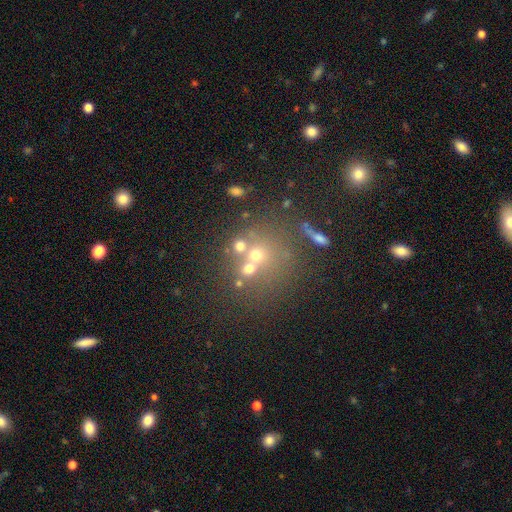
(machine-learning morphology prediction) smooth_or_featured: smooth (p=0.46) [alt: star or artifact p=0.31]
merging: none (p=0.52) [alt: merger p=0.32]